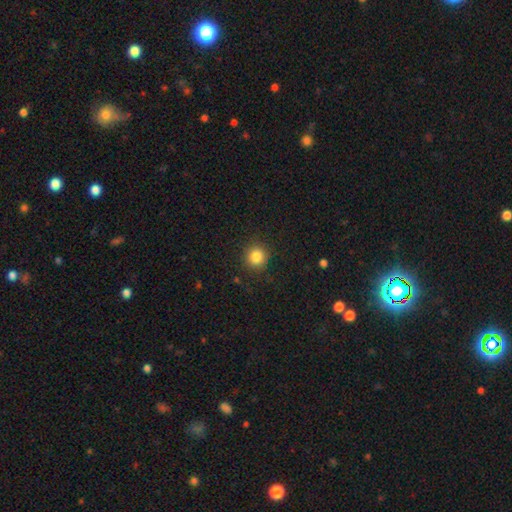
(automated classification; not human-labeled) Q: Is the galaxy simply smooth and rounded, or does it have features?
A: smooth — 85%.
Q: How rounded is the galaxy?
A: round — 90%.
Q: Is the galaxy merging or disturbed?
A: none — 89%.